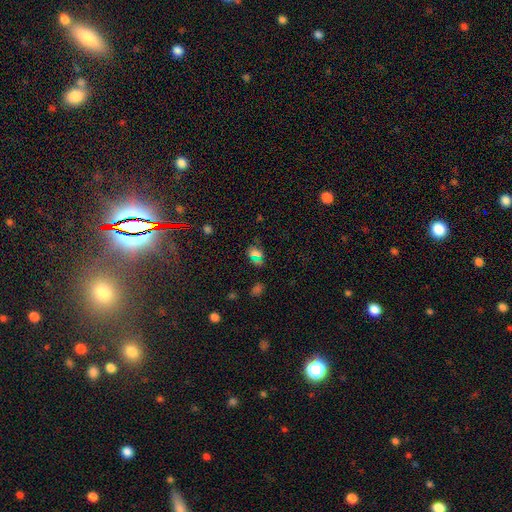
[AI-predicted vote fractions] The model was most divided on "smooth or featured": smooth: 50%, star or artifact: 41%, featured or disk: 9%. More confident: merging — none (74%).